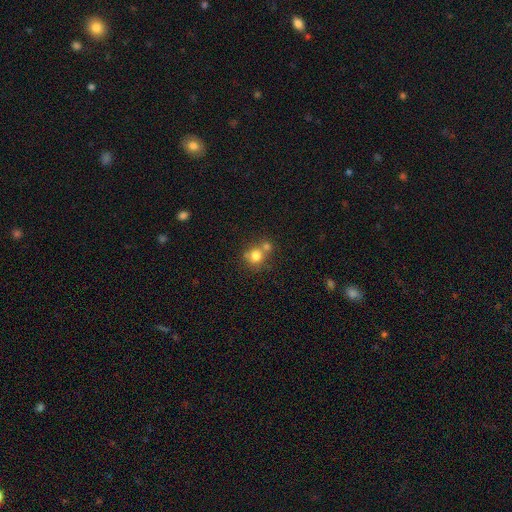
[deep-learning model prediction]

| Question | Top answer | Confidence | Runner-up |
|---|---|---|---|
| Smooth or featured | smooth | 76% | featured or disk (12%) |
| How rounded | round | 86% | in between (13%) |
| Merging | none | 48% | merger (40%) |